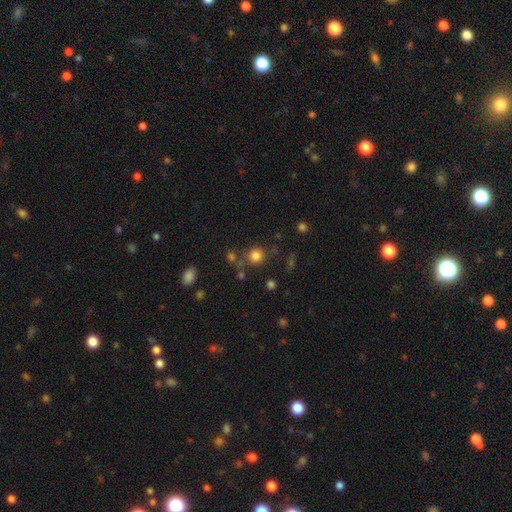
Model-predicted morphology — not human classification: smooth 80%, star or artifact 14%, featured or disk 6%. Down the decision tree: how rounded — round (89%); merging — none (74%).